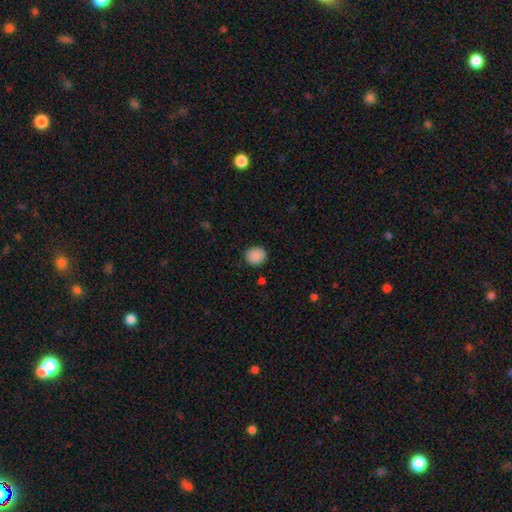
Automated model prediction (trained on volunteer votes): This is clearly a smooth galaxy (88%). How rounded: likely round (79%). Merging: clearly none (85%).